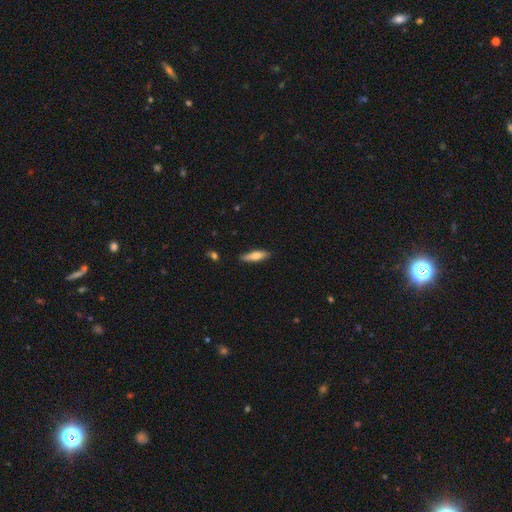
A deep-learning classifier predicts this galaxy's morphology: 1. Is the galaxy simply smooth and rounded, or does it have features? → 69% smooth, 25% featured or disk, 6% star or artifact.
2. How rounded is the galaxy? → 64% cigar-shaped, 34% in between, 2% round.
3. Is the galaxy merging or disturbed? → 83% none, 14% minor disturbance, 2% major disturbance, 1% merger.